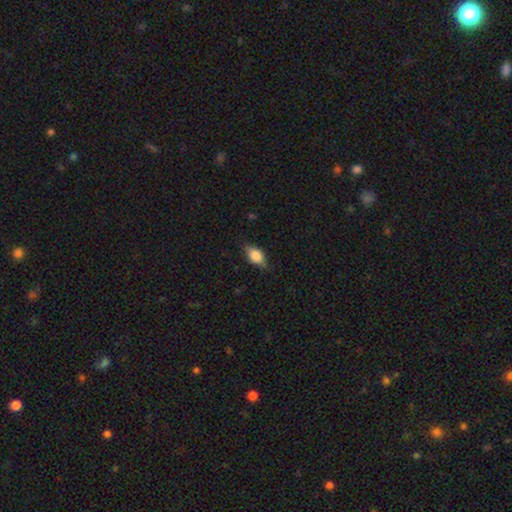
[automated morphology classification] Smooth or featured: smooth — 76% (featured or disk — 17%)
How rounded: in between — 83% (round — 11%)
Merging: none — 76% (minor disturbance — 19%)